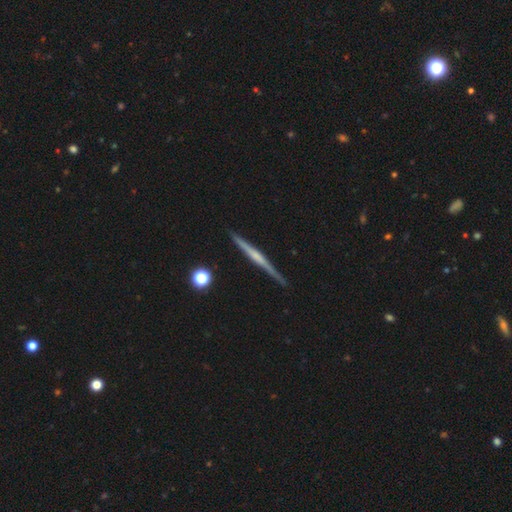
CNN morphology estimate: featured or disk 71%, smooth 23%, star or artifact 6%. Down the decision tree: edge-on disk — yes (98%); edge-on bulge — none (46%); merging — none (89%).